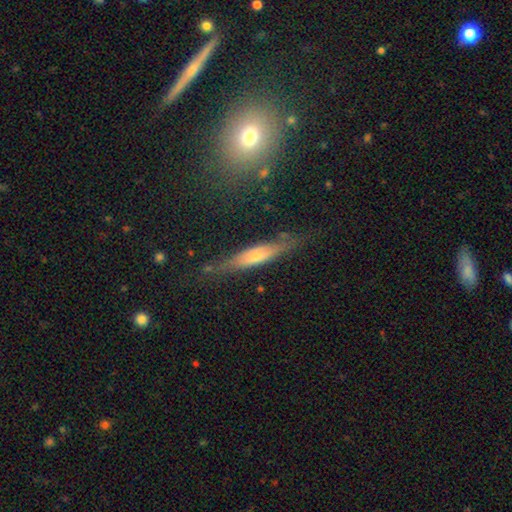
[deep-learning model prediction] This is possibly a smooth galaxy (48%). Merging: likely none (74%).